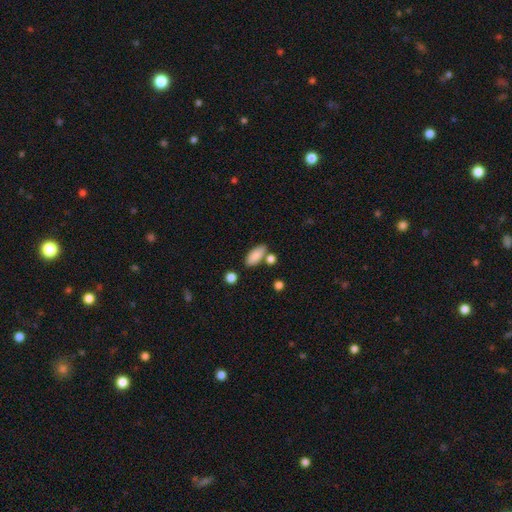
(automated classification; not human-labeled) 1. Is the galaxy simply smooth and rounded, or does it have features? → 86% smooth, 7% star or artifact, 7% featured or disk.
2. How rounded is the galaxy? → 84% in between, 12% cigar-shaped, 3% round.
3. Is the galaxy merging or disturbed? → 71% none, 13% minor disturbance, 12% merger, 4% major disturbance.